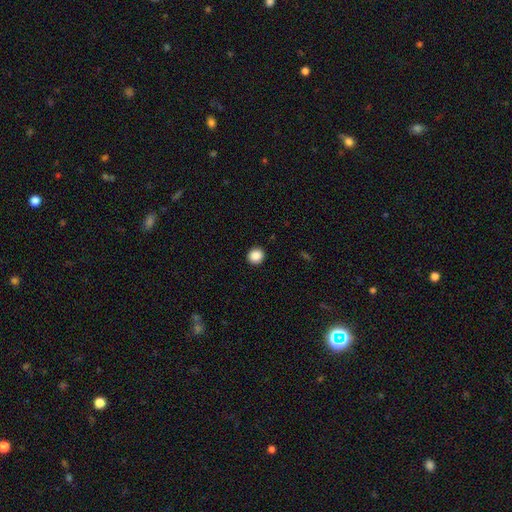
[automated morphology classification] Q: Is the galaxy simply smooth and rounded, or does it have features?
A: smooth — 88%.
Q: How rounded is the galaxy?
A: round — 91%.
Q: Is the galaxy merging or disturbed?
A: none — 93%.